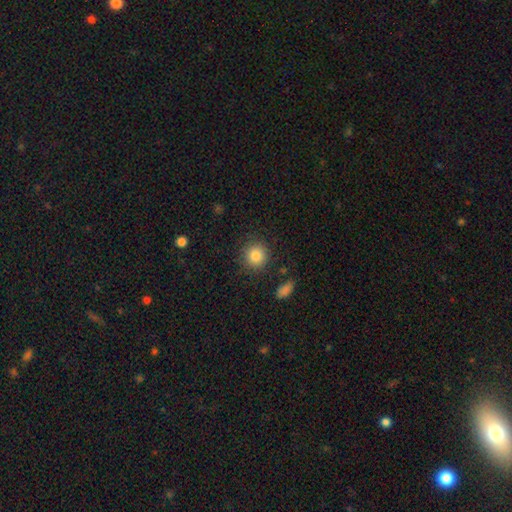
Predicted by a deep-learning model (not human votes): Smooth or featured: smooth — 85% (star or artifact — 9%)
How rounded: round — 90% (in between — 9%)
Merging: none — 87% (minor disturbance — 8%)